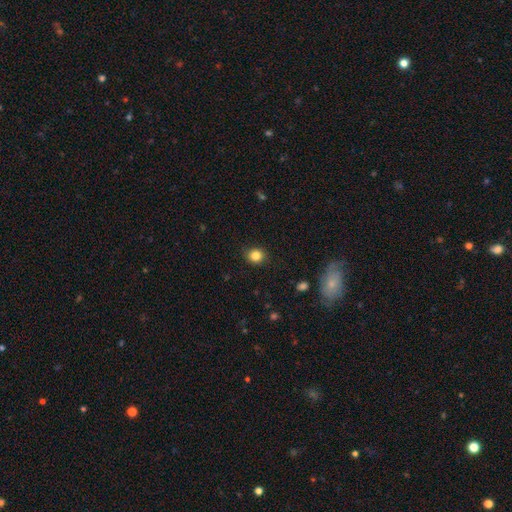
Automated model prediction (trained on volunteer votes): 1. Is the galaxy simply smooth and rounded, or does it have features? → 84% smooth, 11% star or artifact, 5% featured or disk.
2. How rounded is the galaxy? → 81% round, 18% in between, 1% cigar-shaped.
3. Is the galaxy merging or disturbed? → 88% none, 9% minor disturbance, 2% major disturbance, 1% merger.